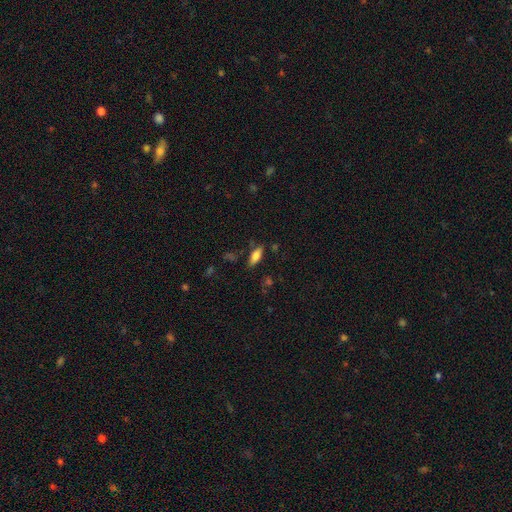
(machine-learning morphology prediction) Smooth or featured?
  - smooth: 77% *
  - featured or disk: 14%
  - star or artifact: 9%
How rounded?
  - in between: 78% *
  - cigar-shaped: 20%
  - round: 2%
Merging?
  - none: 78% *
  - minor disturbance: 15%
  - major disturbance: 4%
  - merger: 3%